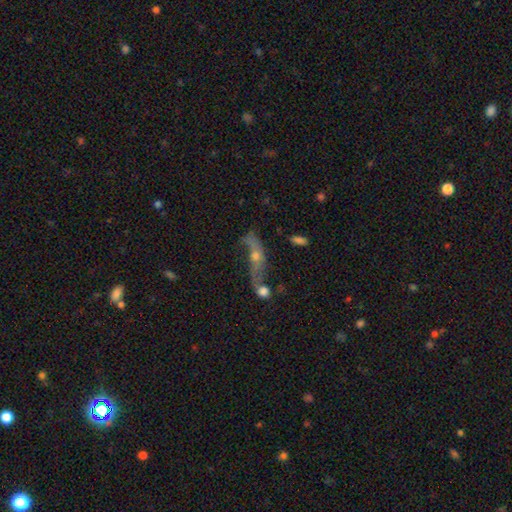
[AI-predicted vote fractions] Smooth or featured: featured or disk — 64% (smooth — 24%)
Edge-on disk: no — 74% (yes — 26%)
Merging: none — 32% (merger — 26%)